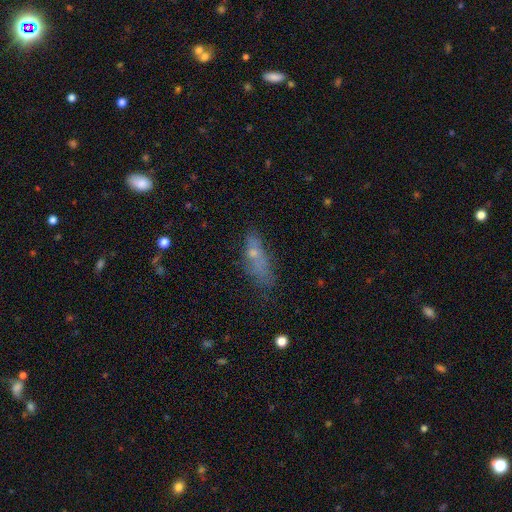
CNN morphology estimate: Overall: smooth (62%; featured or disk 24%). How rounded: in between (49%; cigar-shaped 47%). Merging: none (48%; minor disturbance 28%).